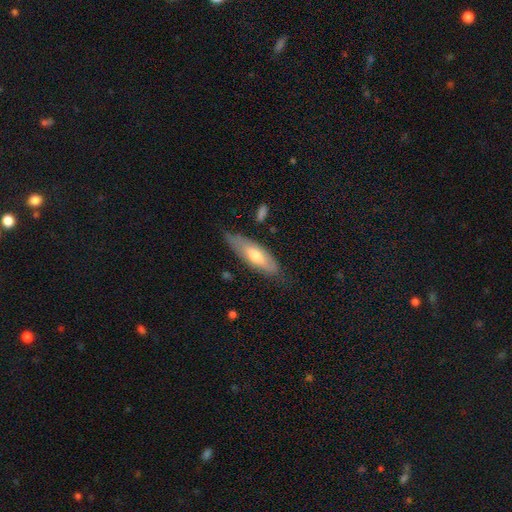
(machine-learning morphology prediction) This appears to be a smooth galaxy with no disk features (55%) that is in between round and cigar-shaped (57%). Merging: none (68%).